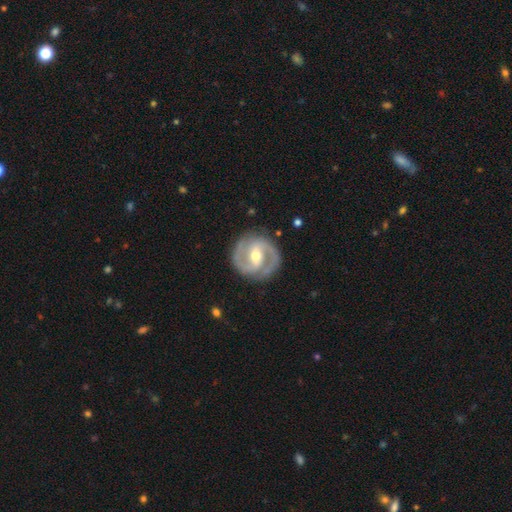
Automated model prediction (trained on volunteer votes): Smooth or featured?
  - featured or disk: 89% *
  - smooth: 7%
  - star or artifact: 4%
Edge-on disk?
  - no: 98% *
  - yes: 2%
Bar?
  - weak: 46% *
  - strong: 33%
  - no: 21%
Spiral arms?
  - yes: 96% *
  - no: 4%
Spiral winding?
  - medium: 50% *
  - tight: 39%
  - loose: 10%
Spiral arm count?
  - 2: 92% *
  - can't tell: 3%
  - 3: 2%
  - 1: 1%
  - 4: 1%
  - more than 4: 1%
Bulge size?
  - moderate: 66% *
  - small: 30%
  - large: 3%
  - none: 1%
  - dominant: 1%
Merging?
  - none: 86% *
  - minor disturbance: 10%
  - major disturbance: 3%
  - merger: 1%